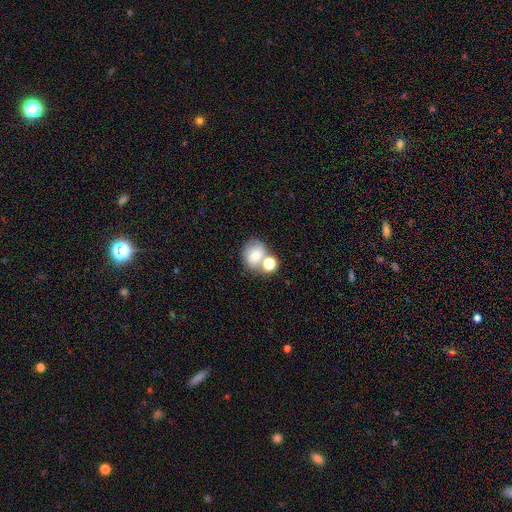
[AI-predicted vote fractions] The model was most divided on "merging": merger: 41%, none: 40%, minor disturbance: 12%, major disturbance: 7%. More confident: smooth or featured — smooth (69%); how rounded — round (61%).